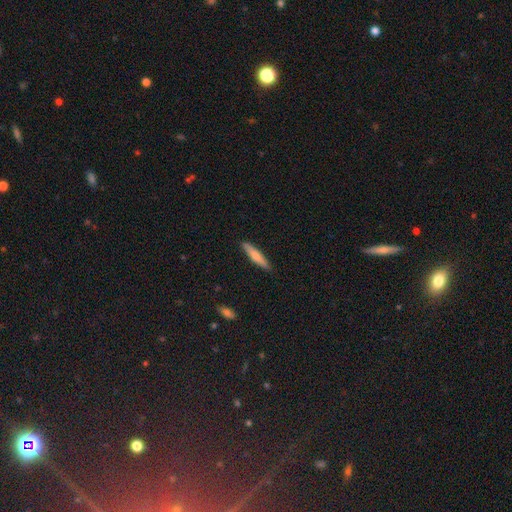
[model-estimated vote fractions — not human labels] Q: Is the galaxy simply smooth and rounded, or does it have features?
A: smooth — 64%.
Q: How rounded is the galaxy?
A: cigar-shaped — 87%.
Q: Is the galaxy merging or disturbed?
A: none — 89%.